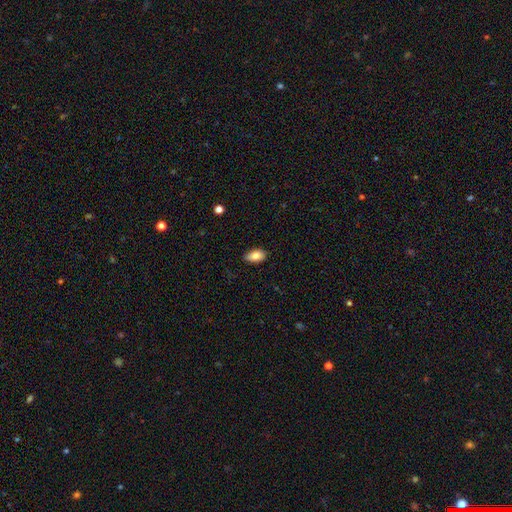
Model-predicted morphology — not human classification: Overall: smooth (82%). How rounded: in between (92%). Merging: none (83%).